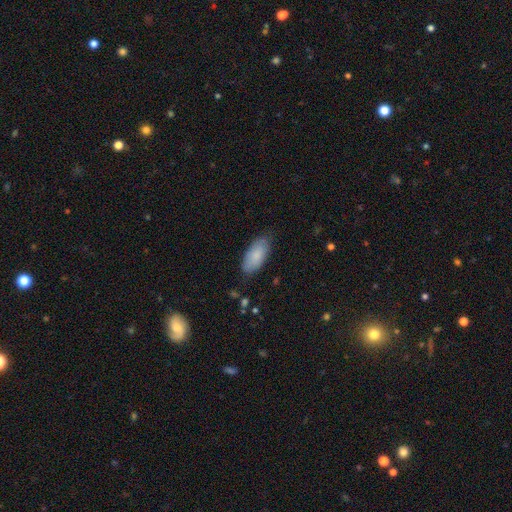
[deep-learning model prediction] Morphology: type=smooth (85%); roundness=in between (89%); merging=none (79%).